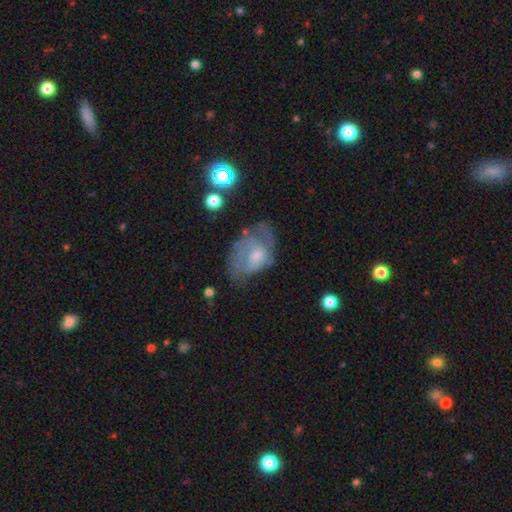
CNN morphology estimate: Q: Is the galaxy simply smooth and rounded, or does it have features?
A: featured or disk — 63%.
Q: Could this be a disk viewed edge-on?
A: no — 96%.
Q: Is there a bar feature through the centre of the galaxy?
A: no — 59%.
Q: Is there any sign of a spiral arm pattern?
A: yes — 68%.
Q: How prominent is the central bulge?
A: moderate — 42%.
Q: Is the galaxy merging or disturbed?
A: none — 46%.